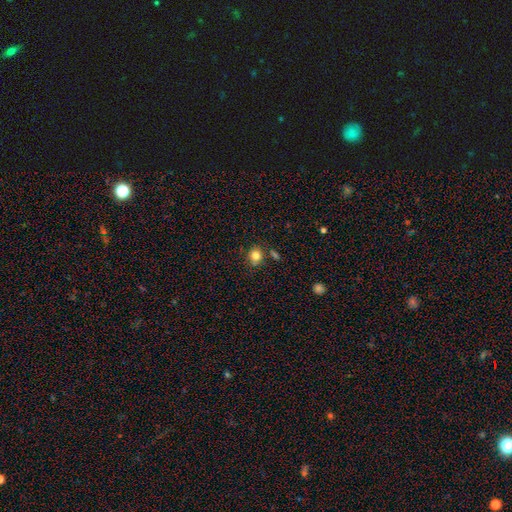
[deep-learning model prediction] A smooth galaxy with no disk features (80%) that is round (77%). Merging: none (77%).